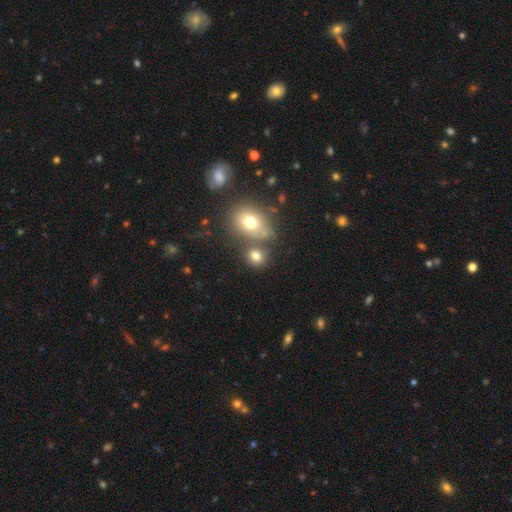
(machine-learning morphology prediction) This appears to be a smooth galaxy with no disk features (76%) that is round (70%). Merging: none (59%).